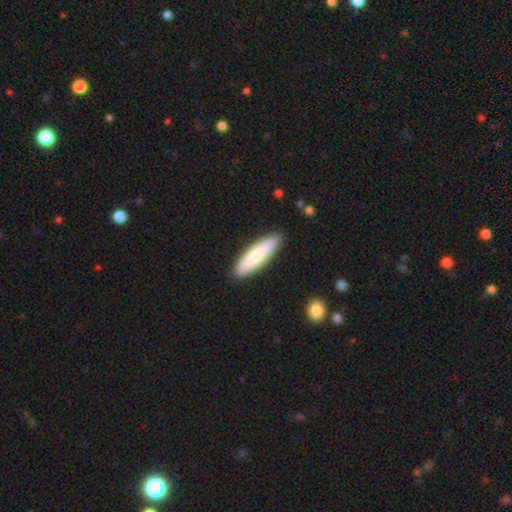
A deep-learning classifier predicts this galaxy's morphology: Smooth or featured: smooth — 75% (featured or disk — 20%)
How rounded: cigar-shaped — 62% (in between — 37%)
Merging: none — 88% (minor disturbance — 9%)